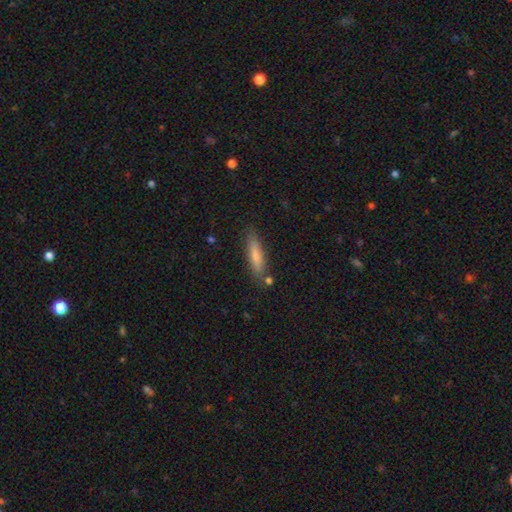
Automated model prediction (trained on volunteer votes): Smooth or featured? Predicted: smooth (p=0.72). How rounded? Predicted: cigar-shaped (p=0.80). Merging? Predicted: none (p=0.83).